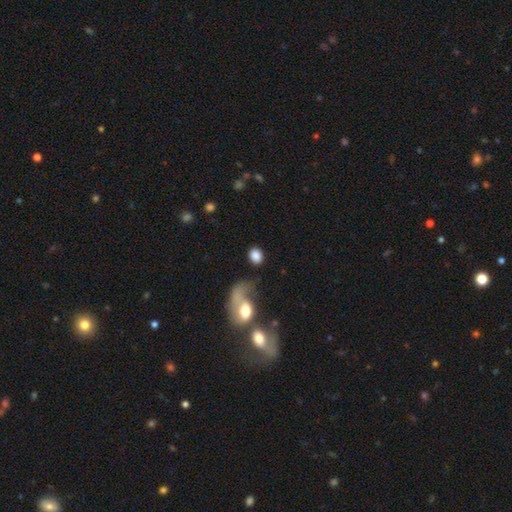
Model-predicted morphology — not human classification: Smooth or featured?
  - smooth: 83% *
  - featured or disk: 9%
  - star or artifact: 8%
How rounded?
  - in between: 58% *
  - round: 40%
  - cigar-shaped: 2%
Merging?
  - none: 68% *
  - minor disturbance: 12%
  - major disturbance: 10%
  - merger: 10%